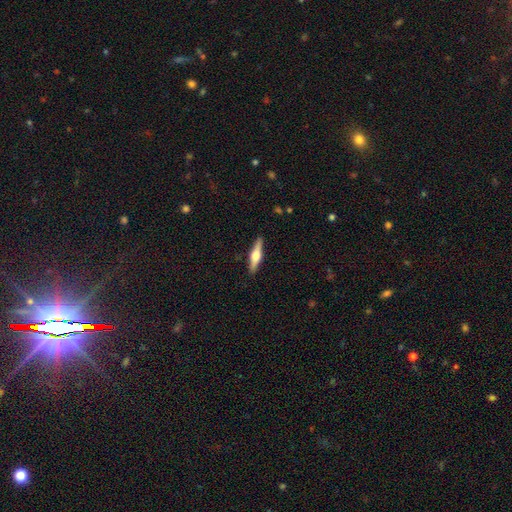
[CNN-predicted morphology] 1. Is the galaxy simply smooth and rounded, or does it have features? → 63% featured or disk, 31% smooth, 6% star or artifact.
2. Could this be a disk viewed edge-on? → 97% yes, 3% no.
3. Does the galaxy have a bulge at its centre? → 93% rounded, 5% boxy, 2% none.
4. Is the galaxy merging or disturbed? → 90% none, 7% minor disturbance, 2% major disturbance, 1% merger.